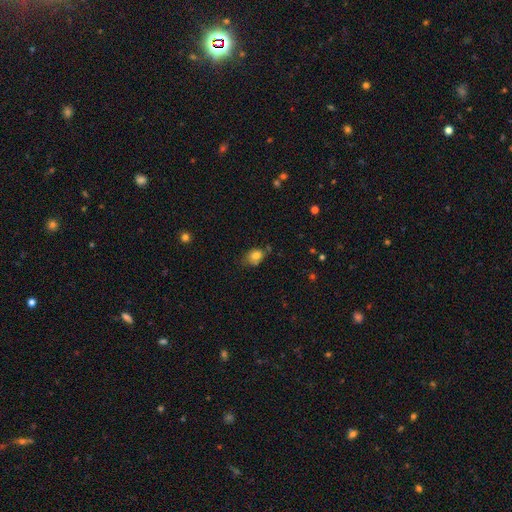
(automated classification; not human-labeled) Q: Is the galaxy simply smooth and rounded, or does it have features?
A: smooth — 79%.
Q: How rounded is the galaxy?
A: in between — 64%.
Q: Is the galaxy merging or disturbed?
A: none — 54%.